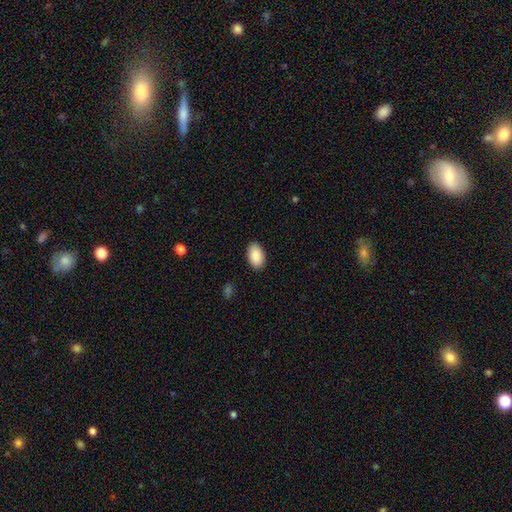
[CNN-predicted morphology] smooth-or-featured: smooth: 89% | star or artifact: 6% | featured or disk: 5%
  how-rounded: in between: 94% | round: 5% | cigar-shaped: 1%
  merging: none: 89% | minor disturbance: 8% | major disturbance: 2% | merger: 1%